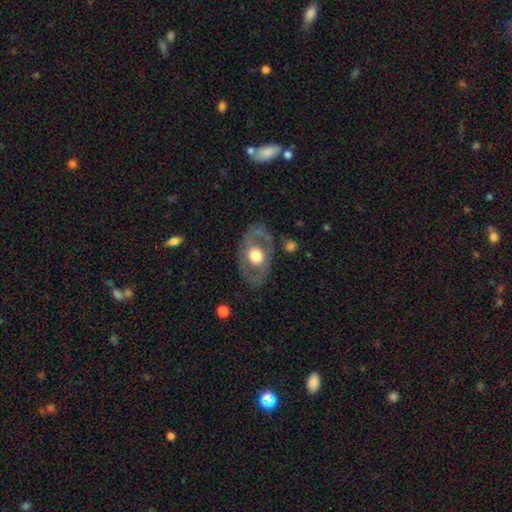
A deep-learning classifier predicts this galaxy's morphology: Smooth or featured? featured or disk (56%)
Edge-on disk? no (91%)
Bar? no (86%)
Spiral arms? no (79%)
Bulge size? moderate (46%, tied with large)
Merging? none (77%)